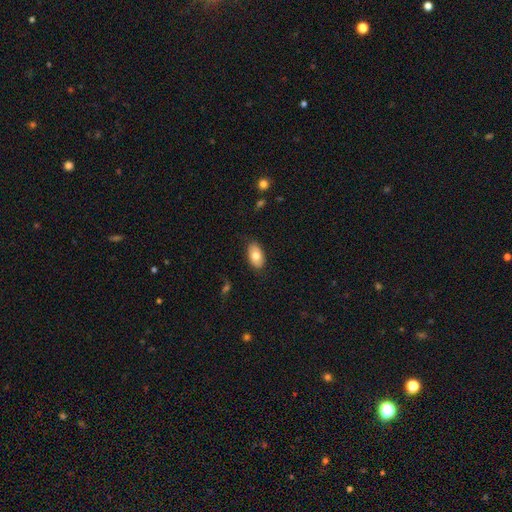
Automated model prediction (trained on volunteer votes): This appears to be a smooth galaxy with no disk features (76%) that is in between round and cigar-shaped (94%). Merging: none (85%).